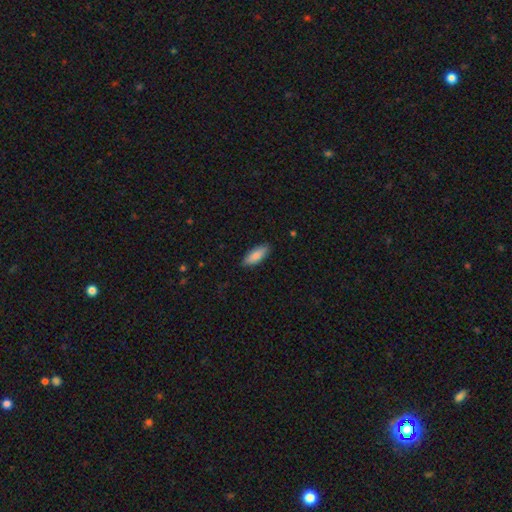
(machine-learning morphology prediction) Overall: smooth (87%). How rounded: in between (70%). Merging: none (88%).